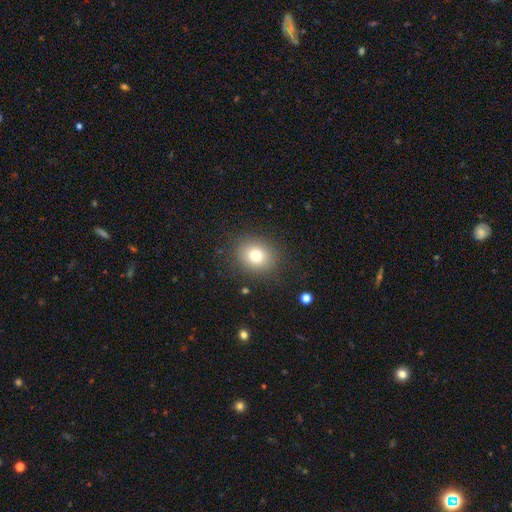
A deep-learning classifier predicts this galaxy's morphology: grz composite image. It shows a smooth galaxy with no disk features (77%) that is round (66%). Merging: none (86%).